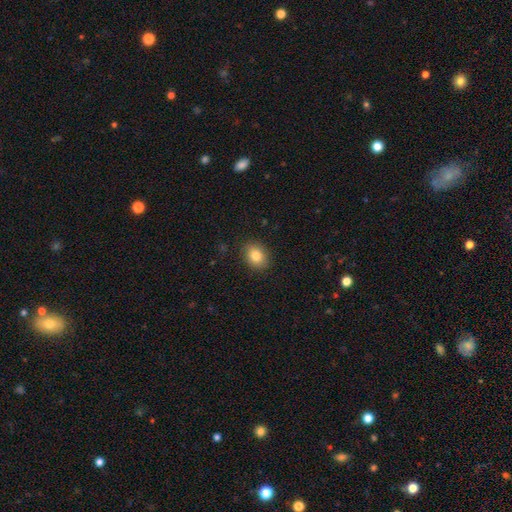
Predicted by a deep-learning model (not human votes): Q: Smooth or featured?
A: smooth (84%); runner-up: star or artifact (9%)
Q: How rounded?
A: in between (57%); runner-up: round (42%)
Q: Merging?
A: none (88%); runner-up: minor disturbance (9%)